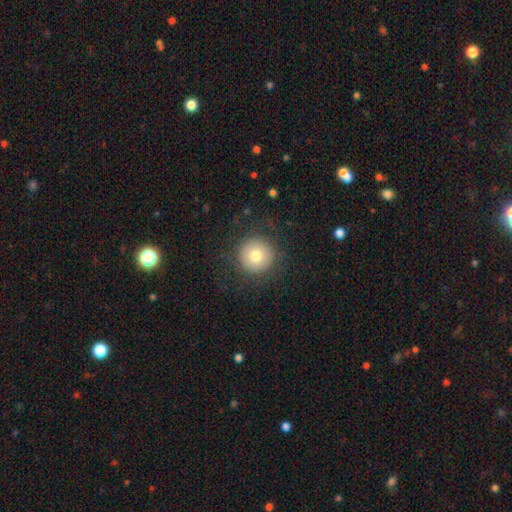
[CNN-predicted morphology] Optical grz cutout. It shows a smooth galaxy with no disk features (75%) that is round (96%). Merging: none (86%).